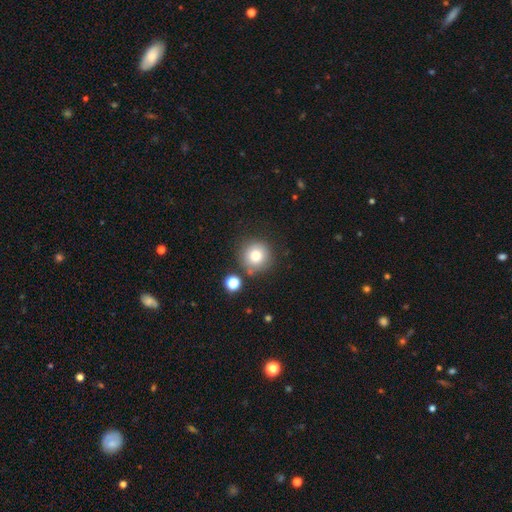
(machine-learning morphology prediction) Smooth or featured: smooth — 77% (star or artifact — 12%)
How rounded: round — 94% (in between — 5%)
Merging: none — 78% (minor disturbance — 10%)